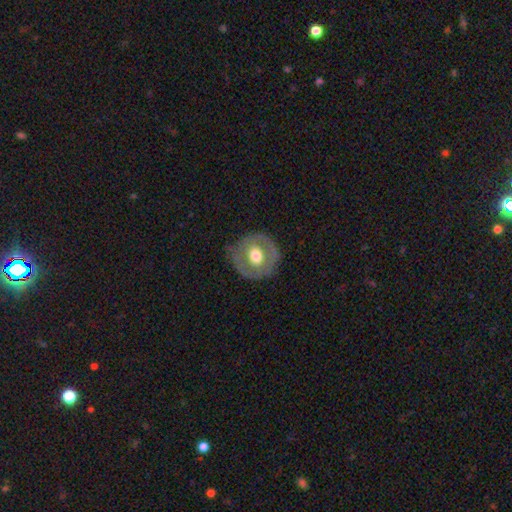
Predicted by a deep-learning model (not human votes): smooth-or-featured: featured or disk: 48% | smooth: 45% | star or artifact: 6%
  merging: none: 75% | minor disturbance: 18% | major disturbance: 7% | merger: 1%